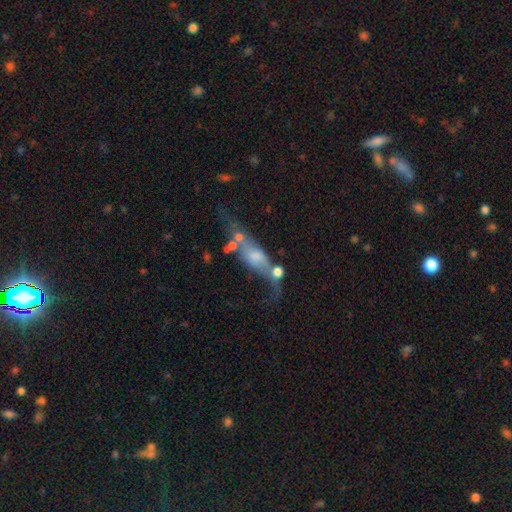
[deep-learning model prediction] Smooth or featured: featured or disk — 61% (smooth — 28%)
Edge-on disk: no — 68% (yes — 32%)
Merging: none — 31% (merger — 26%)